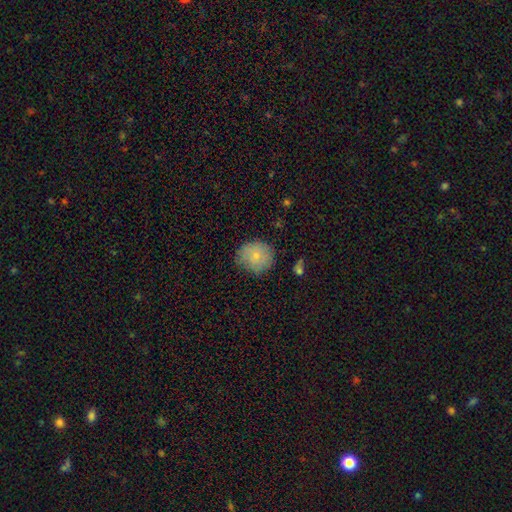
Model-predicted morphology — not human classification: This appears to be a smooth galaxy with no disk features (76%) that is round (84%). Merging: none (74%).